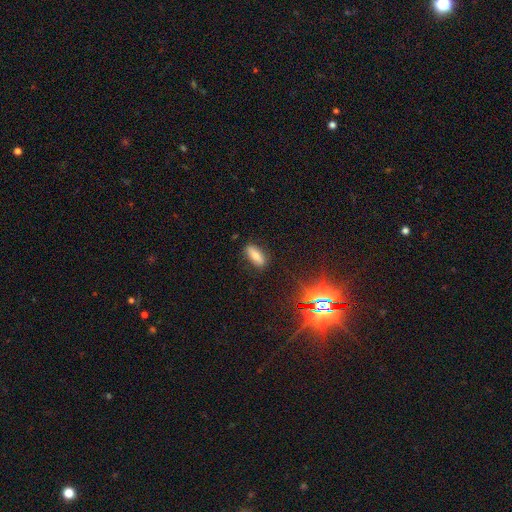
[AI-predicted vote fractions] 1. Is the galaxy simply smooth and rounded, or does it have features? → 71% smooth, 16% featured or disk, 13% star or artifact.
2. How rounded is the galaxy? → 72% in between, 24% cigar-shaped, 4% round.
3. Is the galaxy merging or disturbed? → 85% none, 11% minor disturbance, 3% major disturbance, 1% merger.